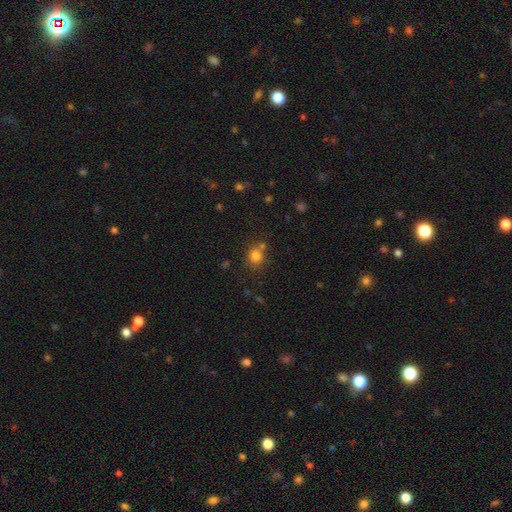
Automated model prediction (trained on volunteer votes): smooth-or-featured: smooth: 79% | star or artifact: 14% | featured or disk: 7%
  how-rounded: round: 78% | in between: 21% | cigar-shaped: 1%
  merging: none: 66% | merger: 18% | minor disturbance: 12% | major disturbance: 4%